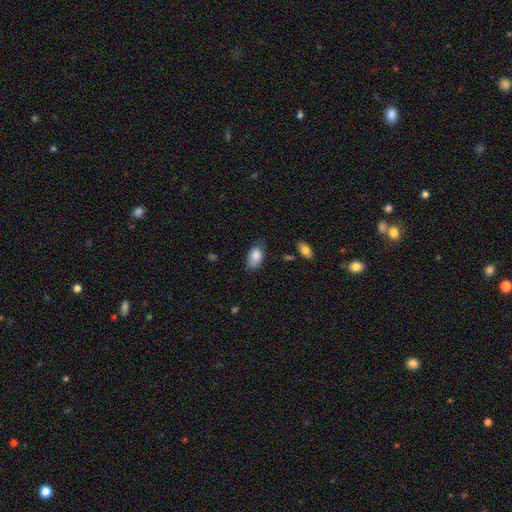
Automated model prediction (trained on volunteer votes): This appears to be a smooth galaxy with no disk features (83%) that is in between round and cigar-shaped (92%). Merging: none (58%).